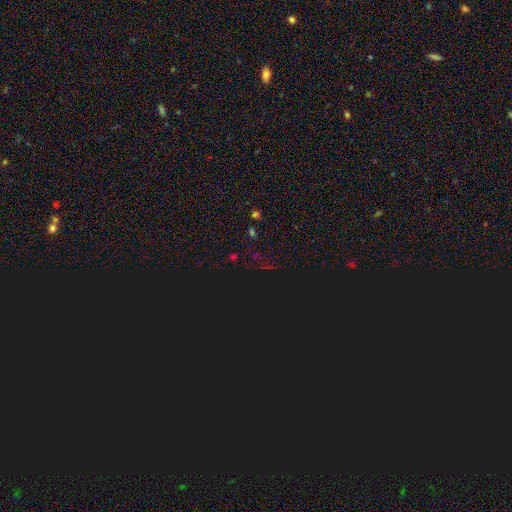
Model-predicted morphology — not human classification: The model was most divided on "smooth or featured": star or artifact: 73%, smooth: 20%, featured or disk: 7%.